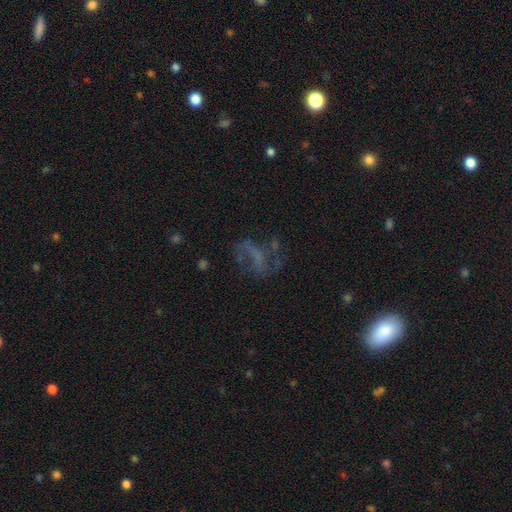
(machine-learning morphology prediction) type=featured or disk (53%); edge-on=no (96%); bar=no (54%); spiral arms=yes (51%); bulge=none (73%); merging=none (43%).